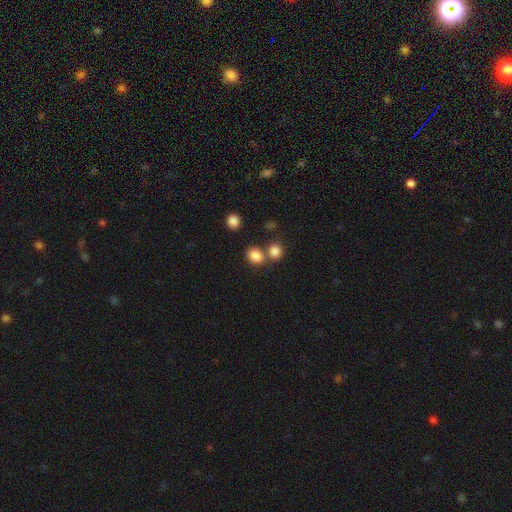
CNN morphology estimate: This is clearly a smooth galaxy (84%). How rounded: possibly round (56%). Merging: possibly none (58%).